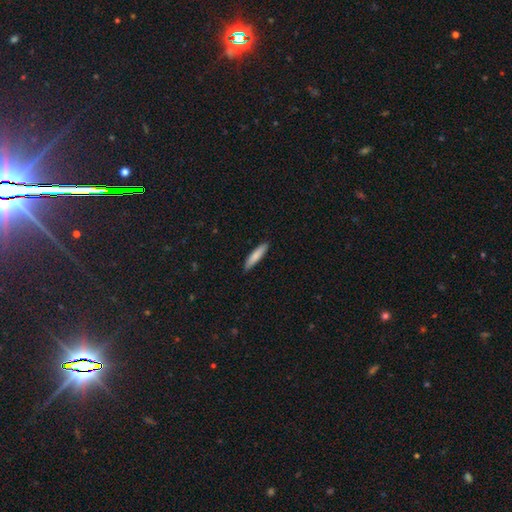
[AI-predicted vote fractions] Smooth or featured? smooth (83%)
How rounded? cigar-shaped (84%)
Merging? none (88%)